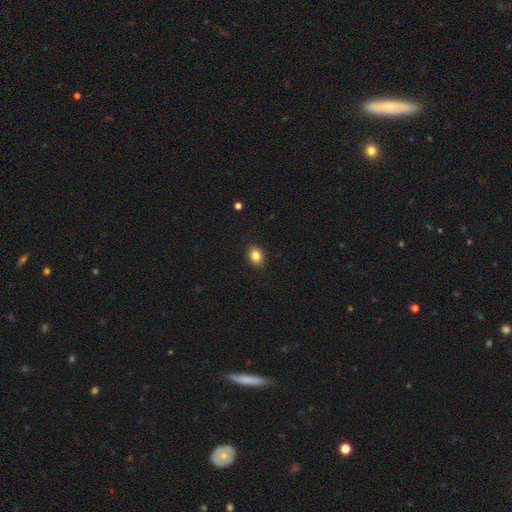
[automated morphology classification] A smooth galaxy with no disk features (85%) that is in between round and cigar-shaped (66%).

Vote fractions:
- Smooth or featured? smooth: 85% / star or artifact: 10% / featured or disk: 5%
- How rounded? in between: 66% / round: 33% / cigar-shaped: 1%
- Merging? none: 89% / minor disturbance: 8% / major disturbance: 2% / merger: 1%